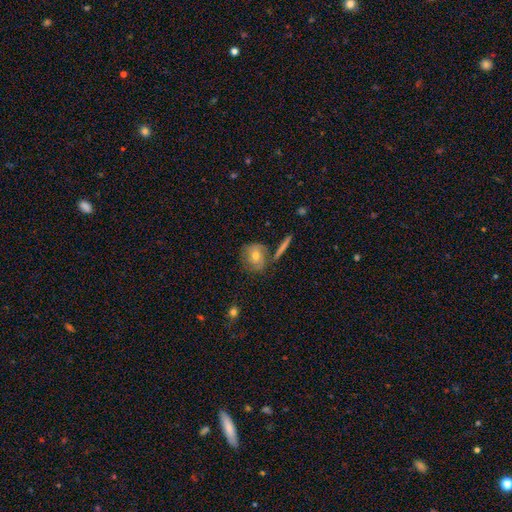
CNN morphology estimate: smooth 55%, featured or disk 35%, star or artifact 10%. Down the decision tree: how rounded — round (68%); merging — none (66%).